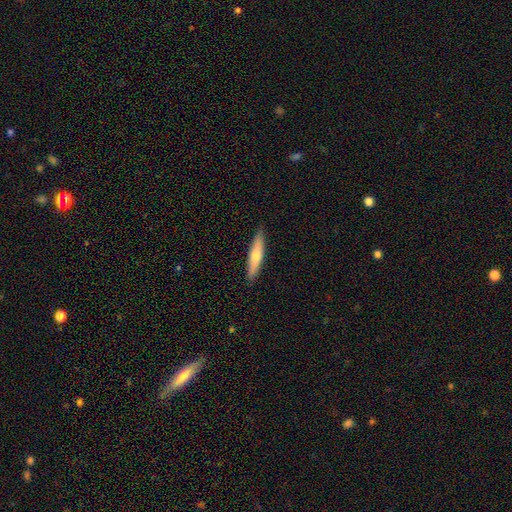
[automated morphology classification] This appears to be a smooth galaxy with no disk features (58%) that is cigar-shaped (84%). Merging: none (90%).